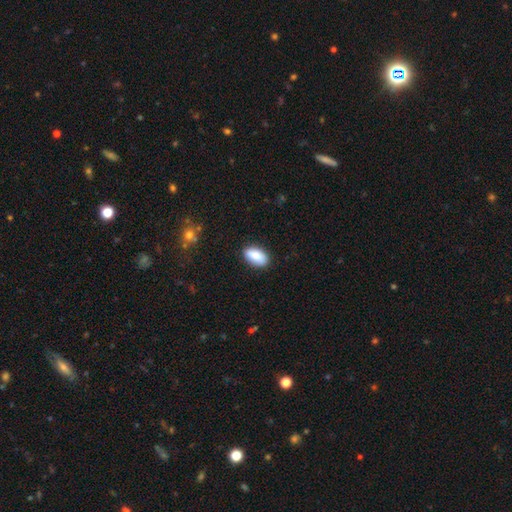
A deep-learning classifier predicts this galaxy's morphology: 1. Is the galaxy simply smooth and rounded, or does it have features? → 87% smooth, 6% star or artifact, 6% featured or disk.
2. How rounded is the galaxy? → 92% in between, 4% round, 4% cigar-shaped.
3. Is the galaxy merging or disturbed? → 86% none, 11% minor disturbance, 2% major disturbance, 1% merger.